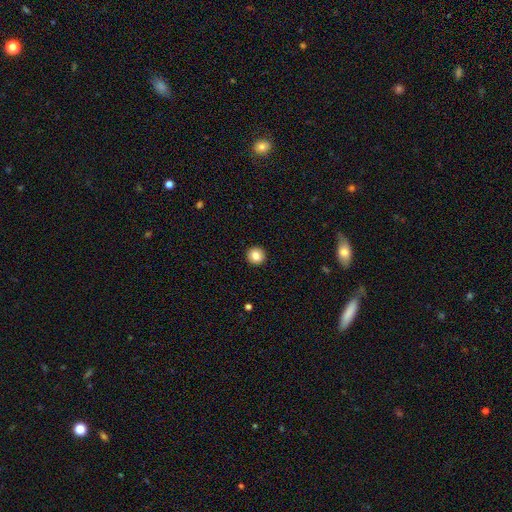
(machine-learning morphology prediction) Overall: smooth (85%). How rounded: round (94%). Merging: none (93%).